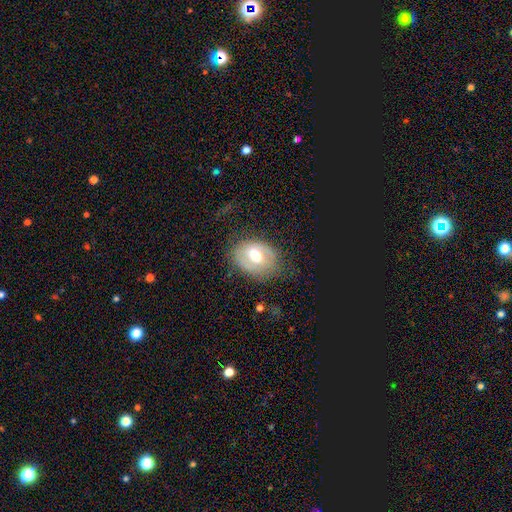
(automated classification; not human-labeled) A smooth galaxy with no disk features (47%).

Vote fractions:
- Smooth or featured? smooth: 47% / featured or disk: 46% / star or artifact: 7%
- Merging? none: 67% / minor disturbance: 21% / major disturbance: 10% / merger: 2%